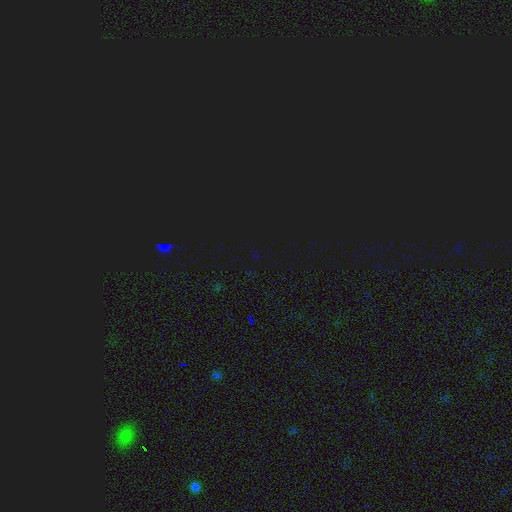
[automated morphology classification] A star or artifact, not a galaxy (79%).

Vote fractions:
- Smooth or featured? star or artifact: 79% / smooth: 15% / featured or disk: 6%